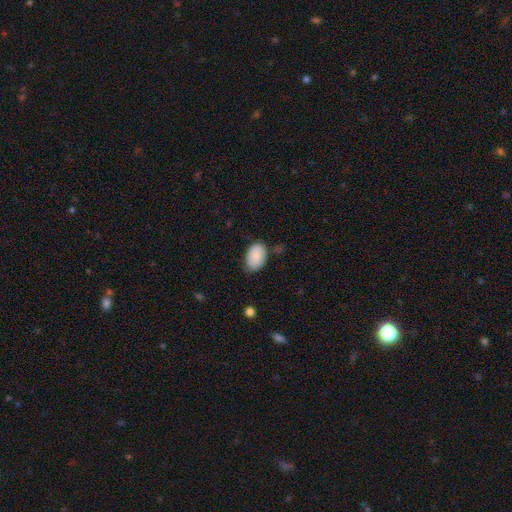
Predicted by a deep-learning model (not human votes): Q: Smooth or featured?
A: smooth (81%); runner-up: featured or disk (12%)
Q: How rounded?
A: in between (89%); runner-up: round (10%)
Q: Merging?
A: none (69%); runner-up: minor disturbance (23%)